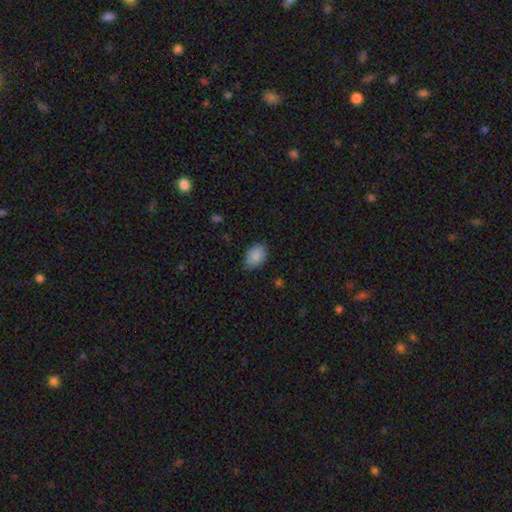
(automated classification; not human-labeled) smooth 88%, star or artifact 7%, featured or disk 5%. Down the decision tree: how rounded — in between (81%); merging — none (77%).